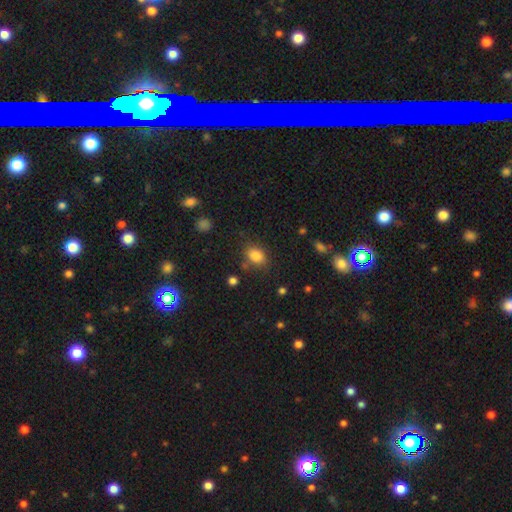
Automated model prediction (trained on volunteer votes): Smooth or featured? Predicted: smooth (p=0.84). How rounded? Predicted: in between (p=0.67). Merging? Predicted: none (p=0.72).